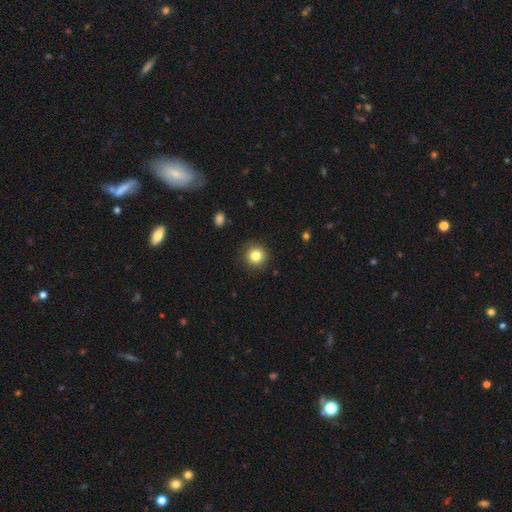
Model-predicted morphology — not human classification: smooth 83%, star or artifact 11%, featured or disk 7%. Down the decision tree: how rounded — round (94%); merging — none (91%).